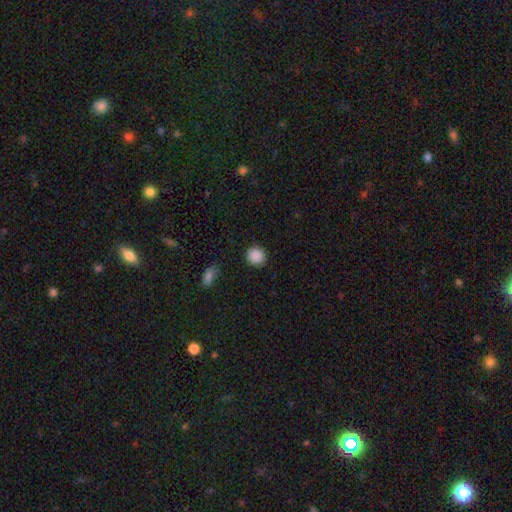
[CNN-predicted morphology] A smooth galaxy with no disk features (89%) that is round (90%).

Vote fractions:
- Smooth or featured? smooth: 89% / star or artifact: 9% / featured or disk: 3%
- How rounded? round: 90% / in between: 9% / cigar-shaped: 1%
- Merging? none: 89% / minor disturbance: 7% / major disturbance: 2% / merger: 1%